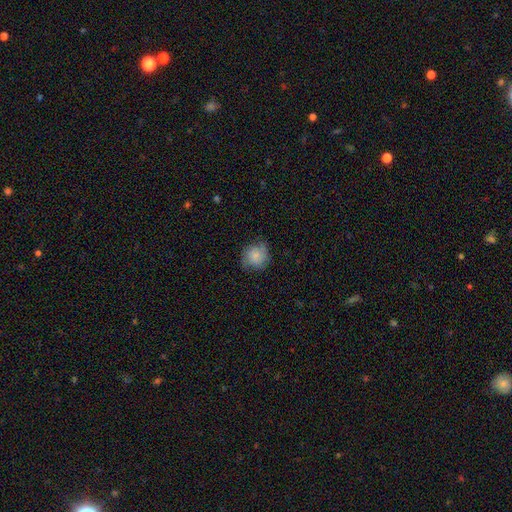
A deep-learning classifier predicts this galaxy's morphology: Smooth or featured?
  - smooth: 59% *
  - featured or disk: 32%
  - star or artifact: 9%
How rounded?
  - round: 84% *
  - in between: 15%
  - cigar-shaped: 1%
Merging?
  - none: 71% *
  - minor disturbance: 21%
  - major disturbance: 7%
  - merger: 1%